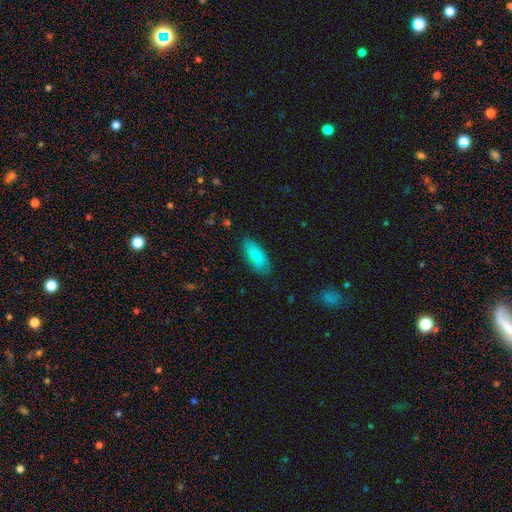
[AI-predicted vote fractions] This appears to be a smooth galaxy with no disk features (85%) that is in between round and cigar-shaped (84%). Merging: none (81%).